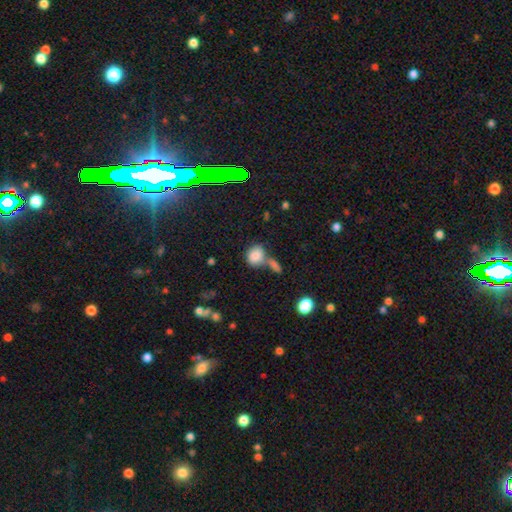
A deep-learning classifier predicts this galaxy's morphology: Q: Smooth or featured?
A: smooth (83%); runner-up: star or artifact (9%)
Q: How rounded?
A: round (62%); runner-up: in between (37%)
Q: Merging?
A: none (42%); runner-up: merger (40%)